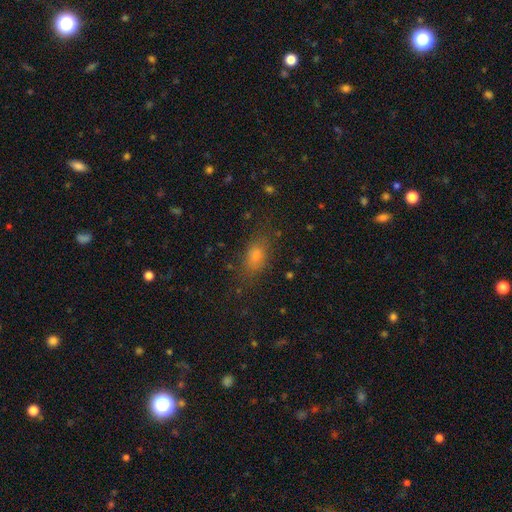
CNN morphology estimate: smooth-or-featured: smooth: 72% | star or artifact: 17% | featured or disk: 11%
  how-rounded: in between: 73% | round: 16% | cigar-shaped: 11%
  merging: none: 79% | minor disturbance: 14% | major disturbance: 5% | merger: 2%